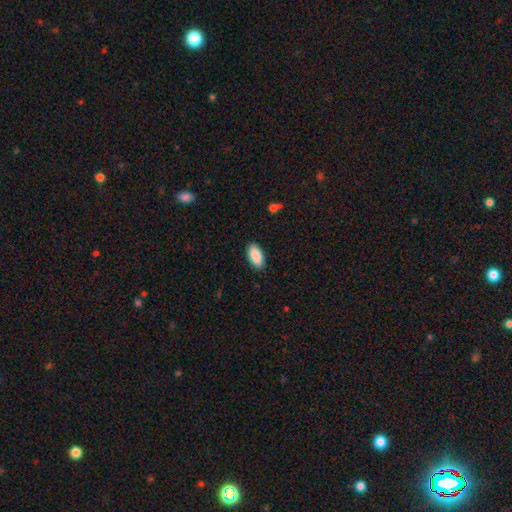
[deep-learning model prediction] This is clearly a smooth galaxy (89%). How rounded: clearly in between (91%). Merging: clearly none (89%).